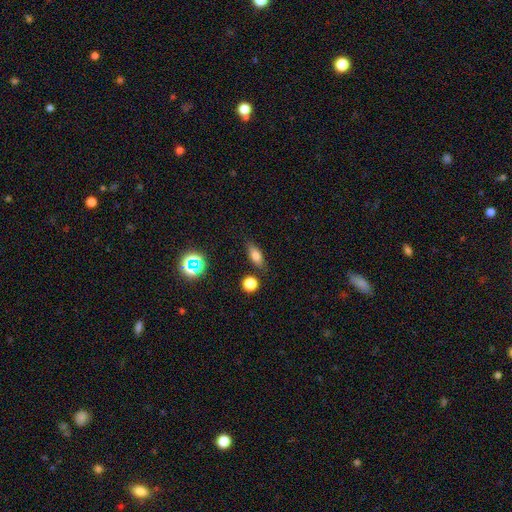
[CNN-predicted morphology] smooth-or-featured: smooth: 72% | featured or disk: 16% | star or artifact: 12%
  how-rounded: in between: 69% | cigar-shaped: 23% | round: 8%
  merging: none: 80% | minor disturbance: 13% | merger: 4% | major disturbance: 3%